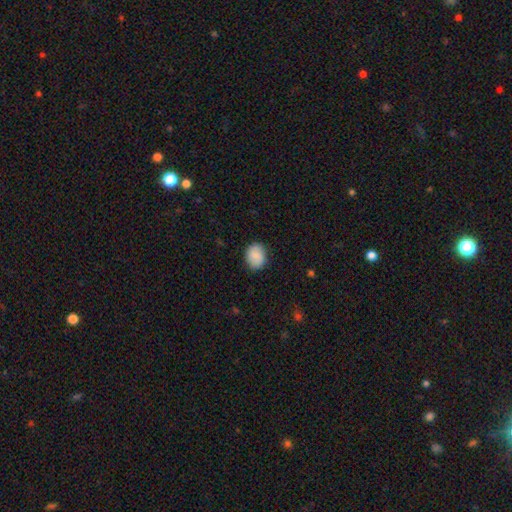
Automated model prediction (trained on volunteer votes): Smooth or featured? Predicted: smooth (p=0.83). How rounded? Predicted: round (p=0.51). Merging? Predicted: none (p=0.84).